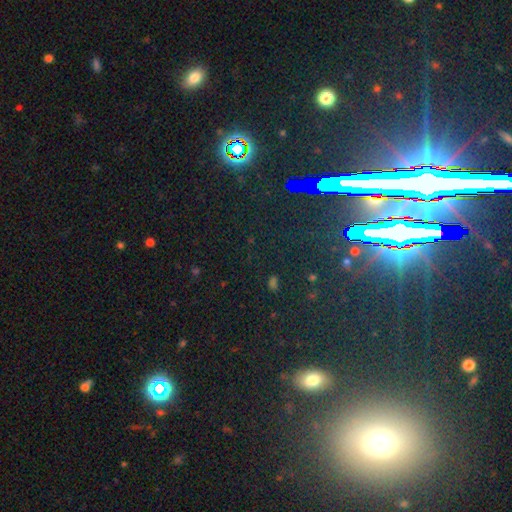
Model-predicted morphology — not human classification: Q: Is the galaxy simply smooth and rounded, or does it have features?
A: star or artifact — 77%.